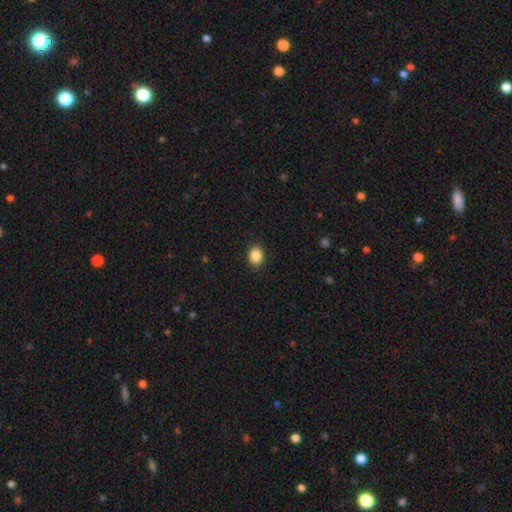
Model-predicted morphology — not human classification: smooth-or-featured: smooth: 87% | star or artifact: 9% | featured or disk: 4%
  how-rounded: round: 53% | in between: 46% | cigar-shaped: 1%
  merging: none: 89% | minor disturbance: 8% | major disturbance: 2% | merger: 1%